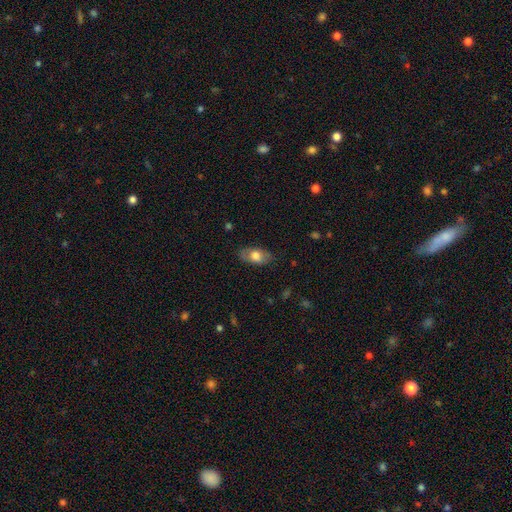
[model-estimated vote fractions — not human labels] Q: Smooth or featured?
A: smooth (71%); runner-up: featured or disk (22%)
Q: How rounded?
A: in between (91%); runner-up: round (6%)
Q: Merging?
A: none (81%); runner-up: minor disturbance (15%)